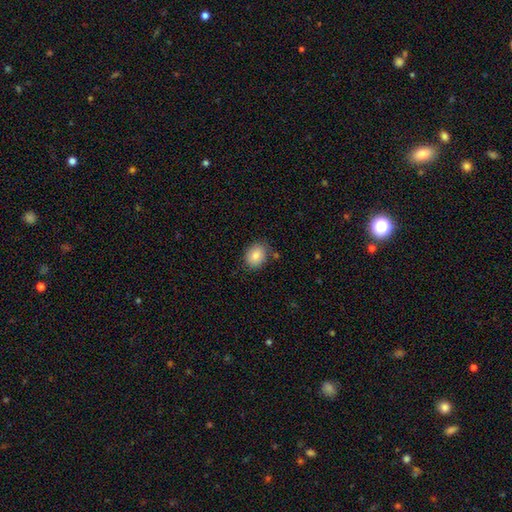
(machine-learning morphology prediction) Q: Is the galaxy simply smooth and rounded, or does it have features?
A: smooth — 84%.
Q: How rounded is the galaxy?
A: in between — 53%.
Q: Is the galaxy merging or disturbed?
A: none — 80%.